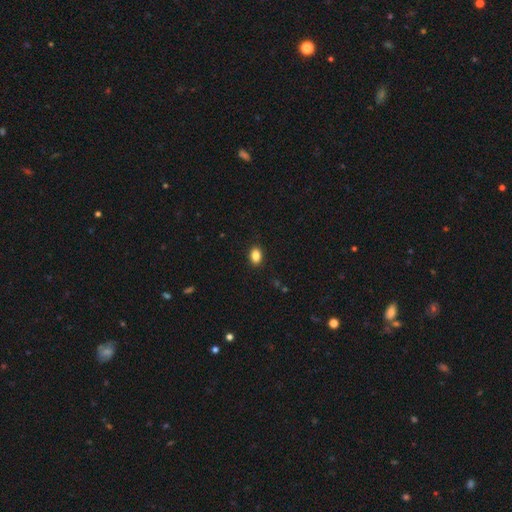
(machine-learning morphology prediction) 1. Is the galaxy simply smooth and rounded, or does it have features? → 87% smooth, 9% star or artifact, 4% featured or disk.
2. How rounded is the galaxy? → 81% in between, 18% round, 1% cigar-shaped.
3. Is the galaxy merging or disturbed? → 90% none, 7% minor disturbance, 2% major disturbance, 1% merger.